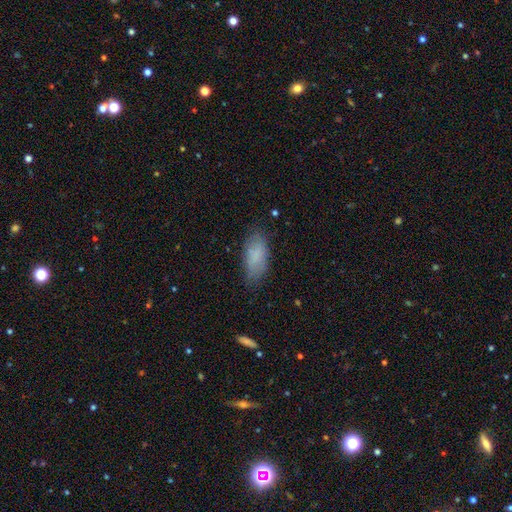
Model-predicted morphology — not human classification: smooth-or-featured: smooth: 82% | featured or disk: 11% | star or artifact: 7%
  how-rounded: in between: 86% | cigar-shaped: 11% | round: 2%
  merging: none: 74% | minor disturbance: 20% | major disturbance: 5% | merger: 1%